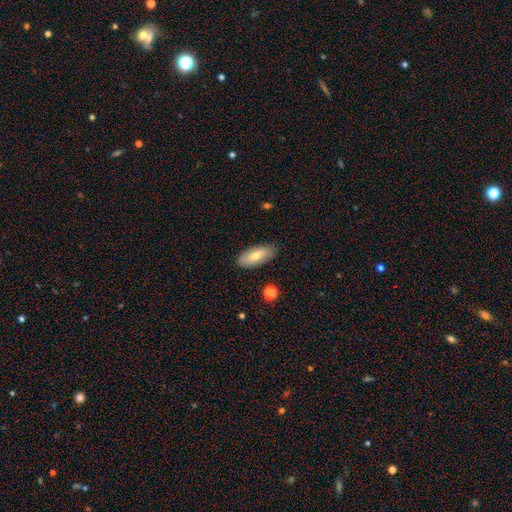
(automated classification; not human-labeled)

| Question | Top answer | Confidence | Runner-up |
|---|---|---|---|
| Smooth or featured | smooth | 68% | featured or disk (25%) |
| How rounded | in between | 84% | cigar-shaped (13%) |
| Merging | none | 86% | minor disturbance (10%) |